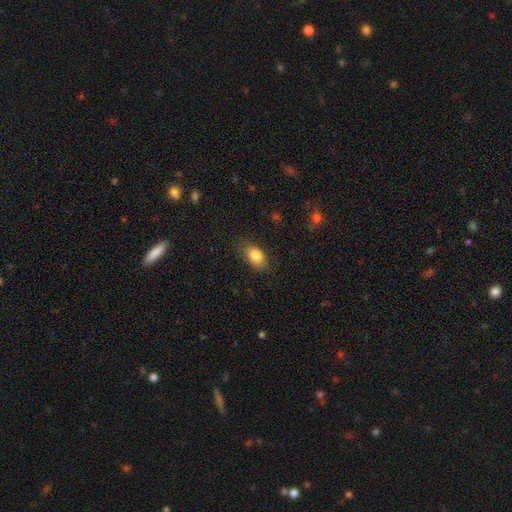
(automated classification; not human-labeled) This is clearly a smooth galaxy (84%). How rounded: clearly in between (89%). Merging: clearly none (81%).